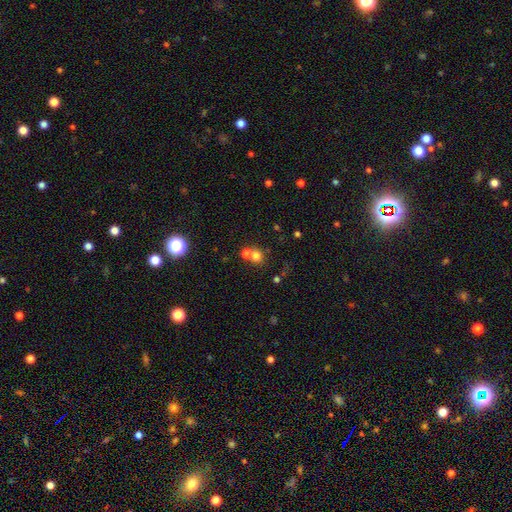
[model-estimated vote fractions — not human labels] The model was most divided on "merging": none: 50%, merger: 40%, minor disturbance: 7%, major disturbance: 4%. More confident: how rounded — round (84%); smooth or featured — smooth (72%).